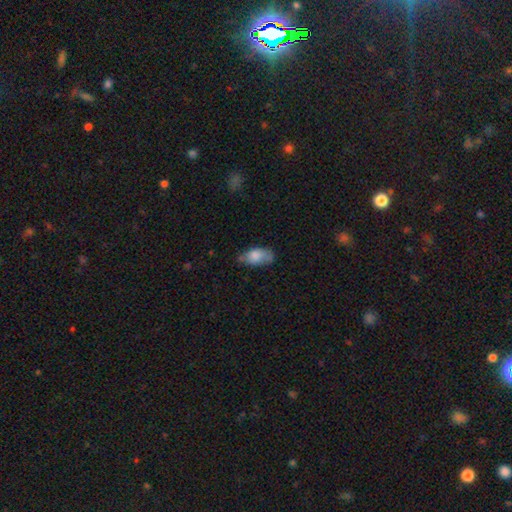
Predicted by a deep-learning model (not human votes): Smooth or featured? Predicted: smooth (p=0.78). How rounded? Predicted: in between (p=0.91). Merging? Predicted: none (p=0.54).